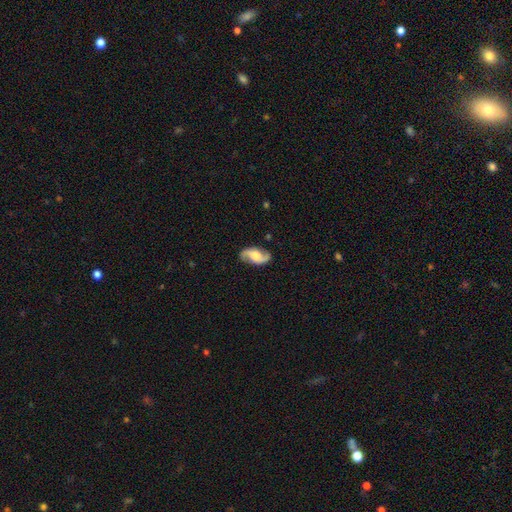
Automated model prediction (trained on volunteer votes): This appears to be a featured or disk galaxy (81%) with no bar (54%), 2 (93%) loose (49%) spiral arms (96%) and a moderate central bulge (40%). Merging: none (82%).